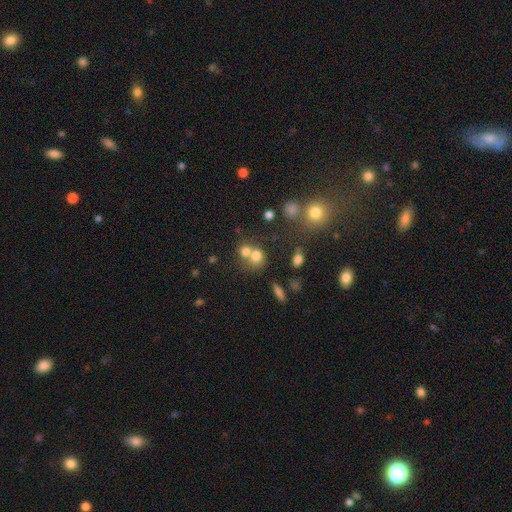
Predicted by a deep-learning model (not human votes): A smooth galaxy with no disk features (71%) that is round (72%).

Vote fractions:
- Smooth or featured? smooth: 71% / star or artifact: 15% / featured or disk: 14%
- How rounded? round: 72% / in between: 27% / cigar-shaped: 1%
- Merging? merger: 56% / none: 33% / minor disturbance: 7% / major disturbance: 4%